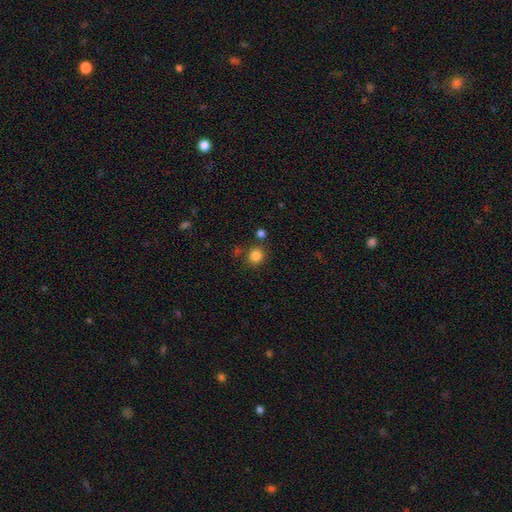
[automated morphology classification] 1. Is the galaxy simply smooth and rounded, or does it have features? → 84% smooth, 12% star or artifact, 4% featured or disk.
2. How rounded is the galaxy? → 88% round, 11% in between, 1% cigar-shaped.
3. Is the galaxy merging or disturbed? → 82% none, 8% minor disturbance, 7% merger, 3% major disturbance.